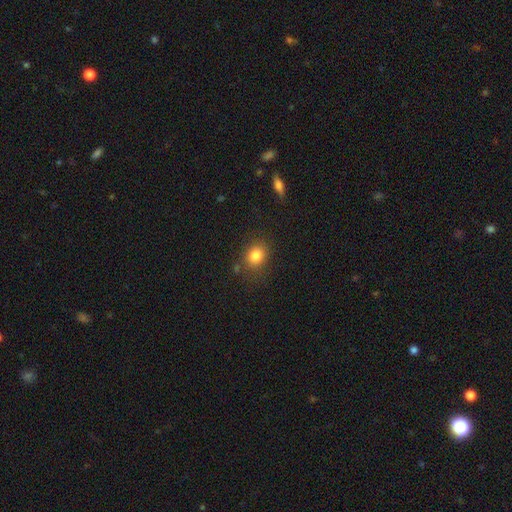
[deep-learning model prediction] Smooth or featured?
  - smooth: 82% *
  - star or artifact: 11%
  - featured or disk: 7%
How rounded?
  - round: 57% *
  - in between: 42%
  - cigar-shaped: 1%
Merging?
  - none: 80% *
  - minor disturbance: 13%
  - major disturbance: 4%
  - merger: 3%